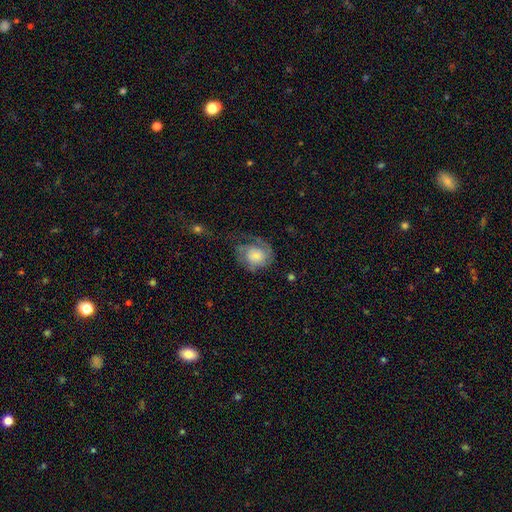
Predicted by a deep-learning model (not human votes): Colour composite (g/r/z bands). It shows a featured or disk galaxy (53%) with no bar (77%), spiral arms (83%) and a small central bulge (40%). Merging: none (44%).